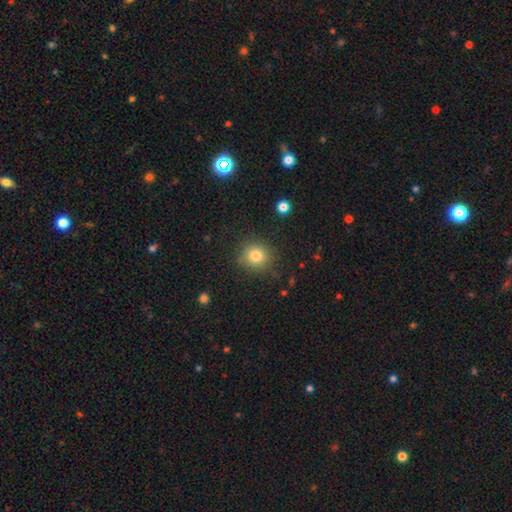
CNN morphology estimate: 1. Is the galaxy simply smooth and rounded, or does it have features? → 80% smooth, 12% star or artifact, 8% featured or disk.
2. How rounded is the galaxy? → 87% round, 12% in between, 1% cigar-shaped.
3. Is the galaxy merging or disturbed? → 85% none, 10% minor disturbance, 4% major disturbance, 2% merger.